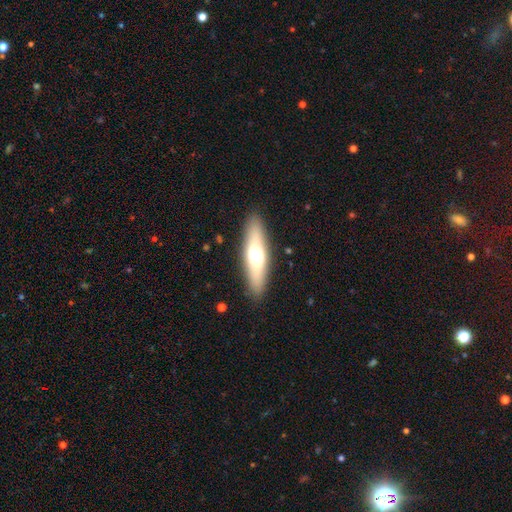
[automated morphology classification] Q: Smooth or featured?
A: smooth (53%); runner-up: featured or disk (41%)
Q: How rounded?
A: cigar-shaped (63%); runner-up: in between (34%)
Q: Merging?
A: none (89%); runner-up: minor disturbance (8%)